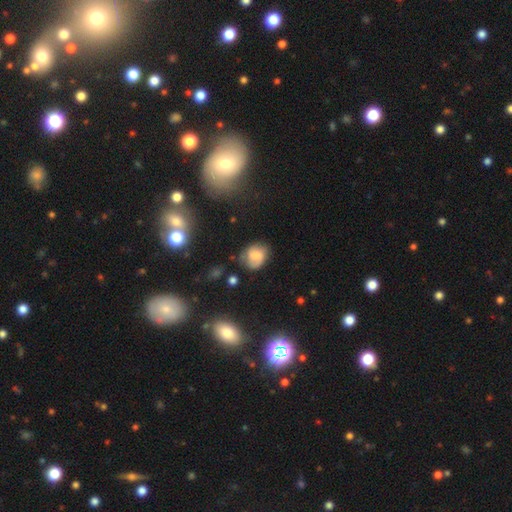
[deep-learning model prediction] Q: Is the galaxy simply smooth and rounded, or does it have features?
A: smooth — 57%.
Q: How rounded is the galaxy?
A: round — 55%.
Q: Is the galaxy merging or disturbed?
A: none — 58%.